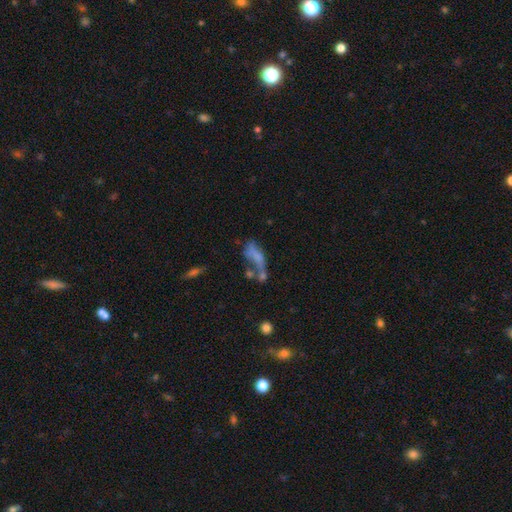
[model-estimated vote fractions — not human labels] Q: Smooth or featured?
A: smooth (50%); runner-up: featured or disk (36%)
Q: Merging?
A: merger (36%); runner-up: major disturbance (30%)